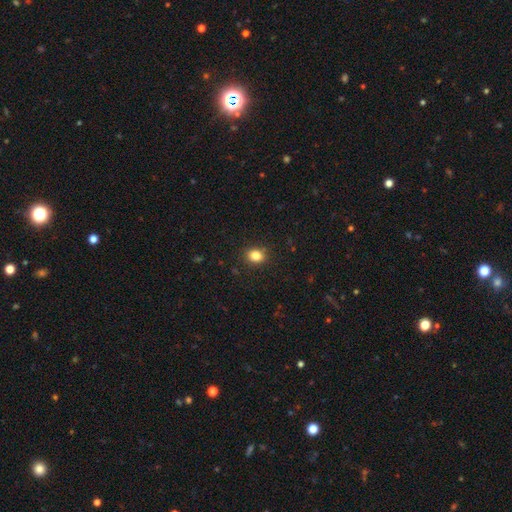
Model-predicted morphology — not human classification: Smooth or featured?
  - smooth: 84% *
  - star or artifact: 11%
  - featured or disk: 5%
How rounded?
  - round: 59% *
  - in between: 40%
  - cigar-shaped: 1%
Merging?
  - none: 88% *
  - minor disturbance: 9%
  - major disturbance: 2%
  - merger: 1%